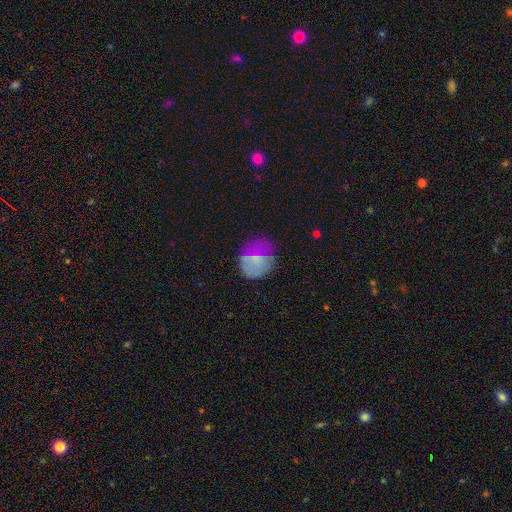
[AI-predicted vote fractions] Morphology: type=smooth (60%); roundness=round (64%); merging=none (57%).